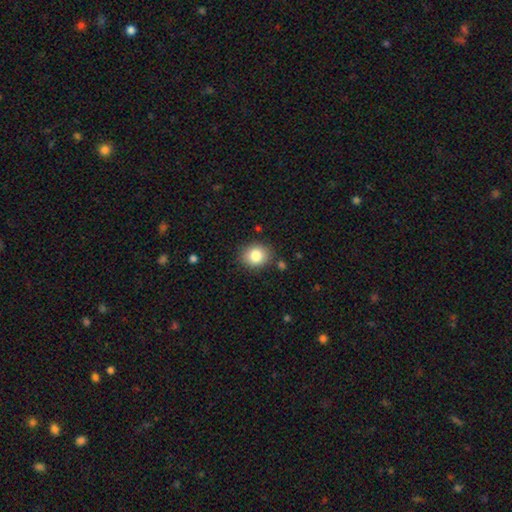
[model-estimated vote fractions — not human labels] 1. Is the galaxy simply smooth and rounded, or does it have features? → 82% smooth, 10% star or artifact, 8% featured or disk.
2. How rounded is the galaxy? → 68% round, 31% in between, 1% cigar-shaped.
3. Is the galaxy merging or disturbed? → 86% none, 9% minor disturbance, 3% major disturbance, 2% merger.